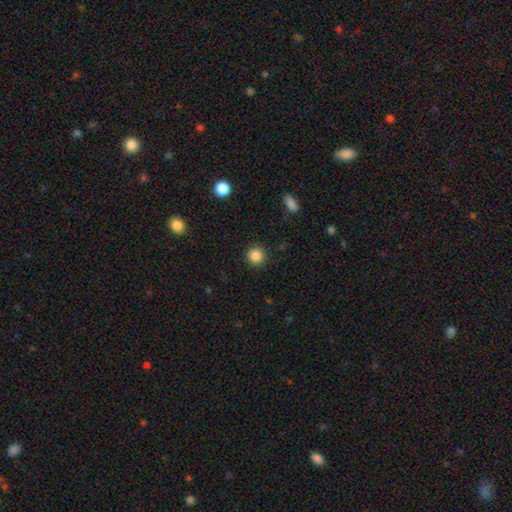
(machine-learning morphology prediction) Smooth or featured: smooth — 86% (star or artifact — 11%)
How rounded: round — 94% (in between — 5%)
Merging: none — 91% (minor disturbance — 6%)